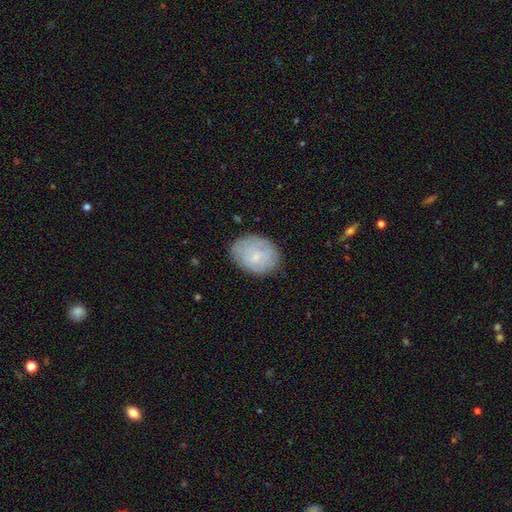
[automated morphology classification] A smooth galaxy with no disk features (61%) that is in between round and cigar-shaped (65%). Merging: none (75%).